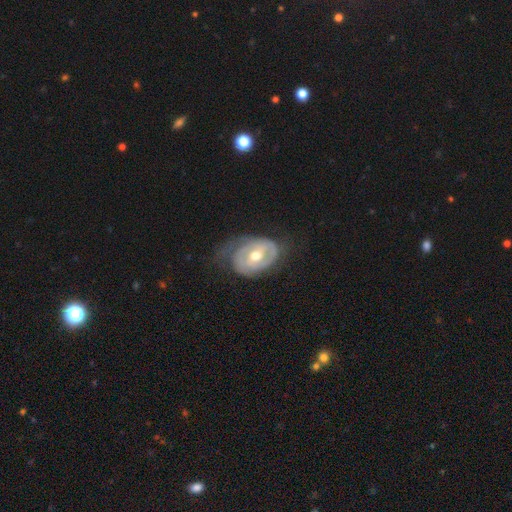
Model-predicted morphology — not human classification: Smooth or featured?
  - featured or disk: 75% *
  - smooth: 20%
  - star or artifact: 5%
Edge-on disk?
  - no: 95% *
  - yes: 5%
Bar?
  - no: 40% * (tied)
  - weak: 40% * (tied)
  - strong: 20%
Spiral arms?
  - yes: 74% *
  - no: 26%
Spiral winding?
  - tight: 55% *
  - medium: 29%
  - loose: 16%
Spiral arm count?
  - 2: 49% *
  - can't tell: 26%
  - 1: 17%
  - 3: 5%
  - 4: 2%
  - more than 4: 2%
Bulge size?
  - moderate: 75% *
  - small: 19%
  - large: 5%
  - dominant: 1%
  - none: 1%
Merging?
  - none: 49% *
  - minor disturbance: 30%
  - major disturbance: 20%
  - merger: 1%